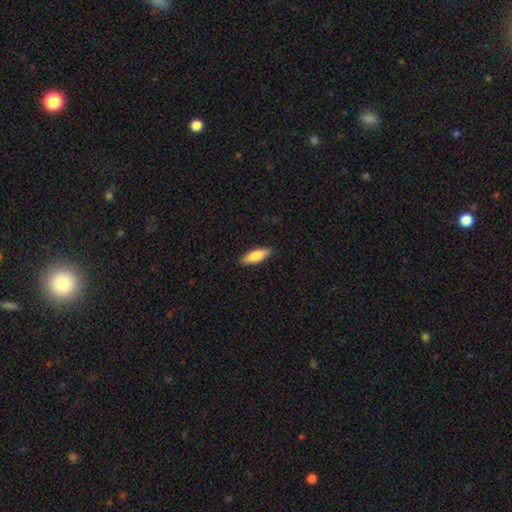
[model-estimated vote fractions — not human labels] Morphology: type=smooth (77%); roundness=in between (50%); merging=none (89%).